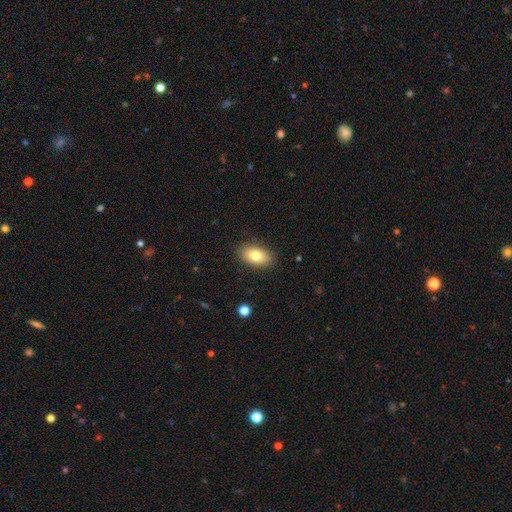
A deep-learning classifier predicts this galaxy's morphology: This appears to be a smooth galaxy with no disk features (78%) that is in between round and cigar-shaped (92%). Merging: none (88%).